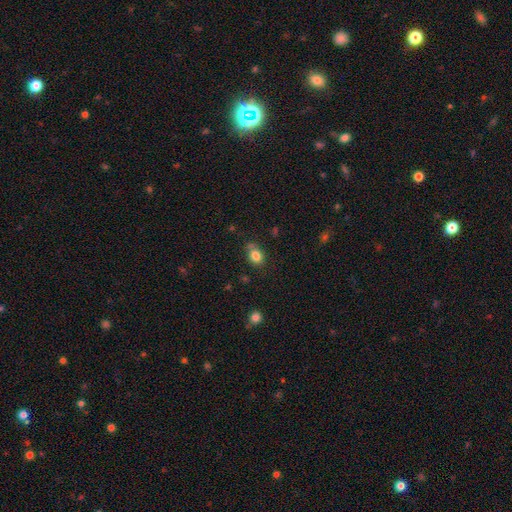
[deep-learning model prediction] A smooth galaxy with no disk features (82%) that is round (55%).

Vote fractions:
- Smooth or featured? smooth: 82% / star or artifact: 11% / featured or disk: 7%
- How rounded? round: 55% / in between: 44% / cigar-shaped: 1%
- Merging? none: 64% / minor disturbance: 22% / merger: 8% / major disturbance: 6%